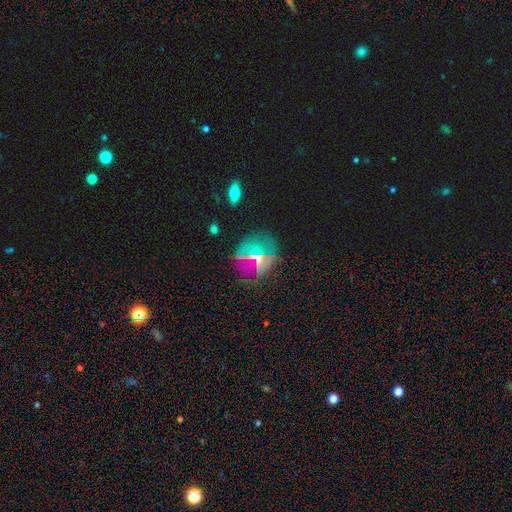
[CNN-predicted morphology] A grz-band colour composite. It shows a star or artifact, not a galaxy (38%).